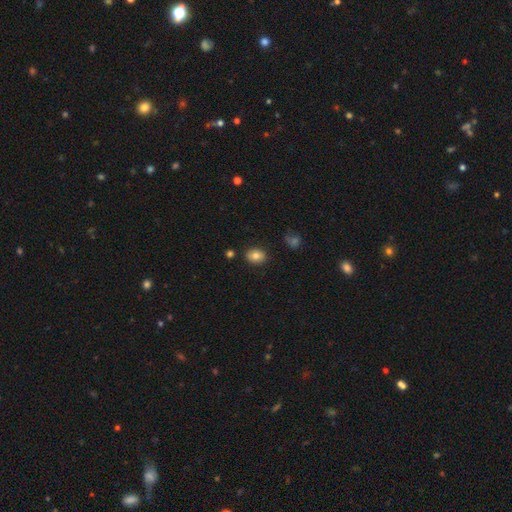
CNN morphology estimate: Smooth or featured: smooth — 81% (featured or disk — 9%)
How rounded: in between — 64% (round — 35%)
Merging: none — 86% (minor disturbance — 9%)